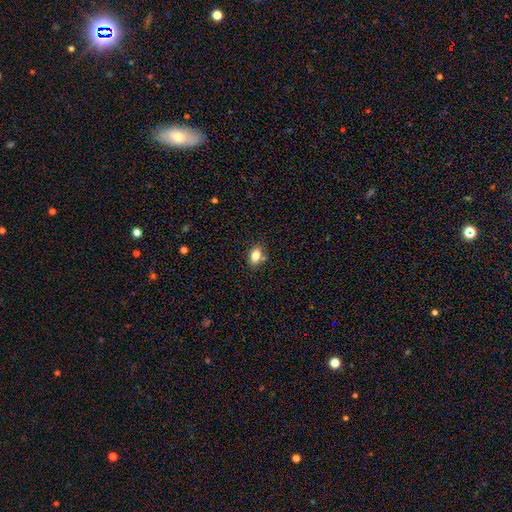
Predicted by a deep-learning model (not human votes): smooth_or_featured: smooth (p=0.81) [alt: star or artifact p=0.10]
how_rounded: in between (p=0.82) [alt: round p=0.16]
merging: none (p=0.76) [alt: minor disturbance p=0.13]